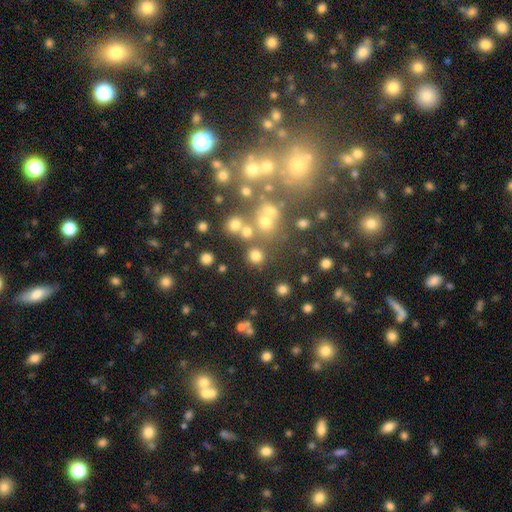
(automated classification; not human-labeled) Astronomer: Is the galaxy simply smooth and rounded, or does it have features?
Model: smooth — 74%.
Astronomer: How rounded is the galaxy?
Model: round — 90%.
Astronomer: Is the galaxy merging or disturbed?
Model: none — 77%.